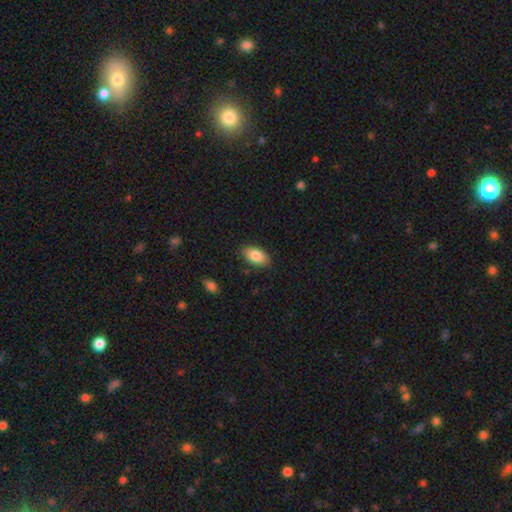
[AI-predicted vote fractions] This is clearly a smooth galaxy (85%). How rounded: clearly in between (94%). Merging: clearly none (86%).